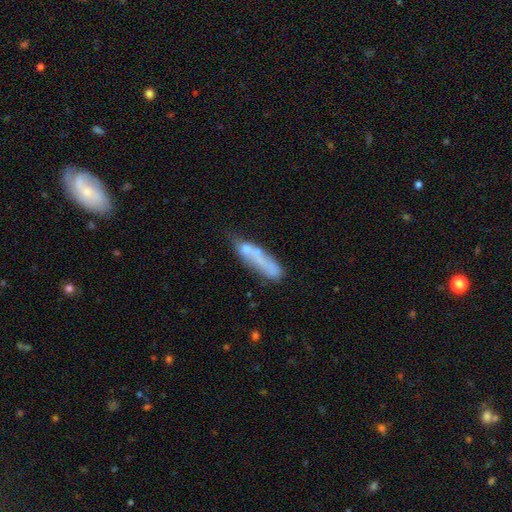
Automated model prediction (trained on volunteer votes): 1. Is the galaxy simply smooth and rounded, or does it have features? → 53% smooth, 35% featured or disk, 11% star or artifact.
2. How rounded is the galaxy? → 77% cigar-shaped, 21% in between, 3% round.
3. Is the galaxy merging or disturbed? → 47% none, 21% minor disturbance, 20% merger, 13% major disturbance.